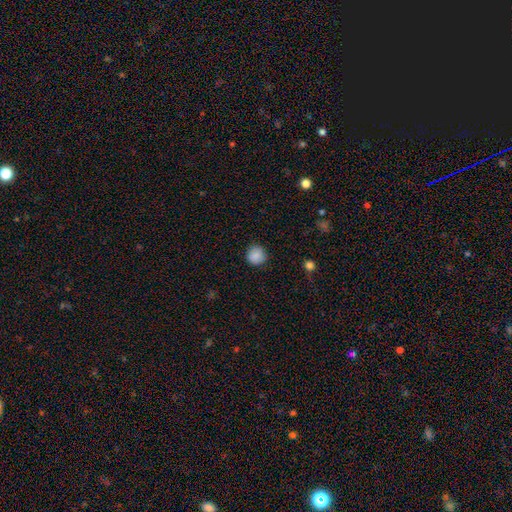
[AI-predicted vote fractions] This is clearly a smooth galaxy (88%). How rounded: clearly round (92%). Merging: clearly none (88%).